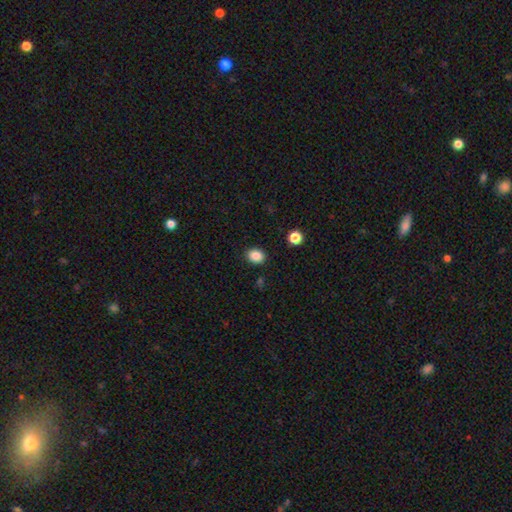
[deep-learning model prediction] smooth_or_featured: smooth (p=0.87) [alt: star or artifact p=0.10]
how_rounded: in between (p=0.55) [alt: round p=0.44]
merging: none (p=0.89) [alt: minor disturbance p=0.08]